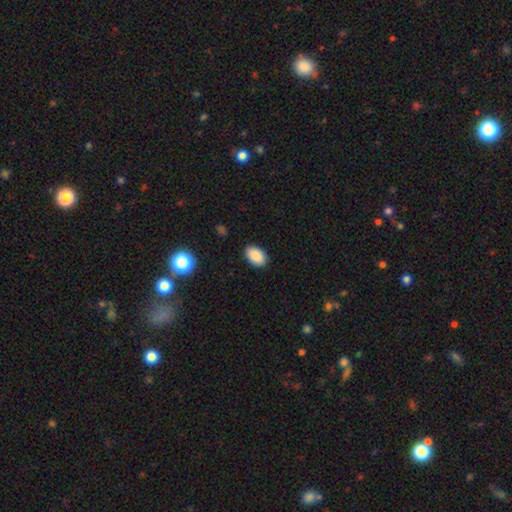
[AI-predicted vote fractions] Smooth or featured?
  - smooth: 89% *
  - star or artifact: 8%
  - featured or disk: 3%
How rounded?
  - in between: 90% *
  - round: 9%
  - cigar-shaped: 1%
Merging?
  - none: 89% *
  - minor disturbance: 8%
  - major disturbance: 2%
  - merger: 1%